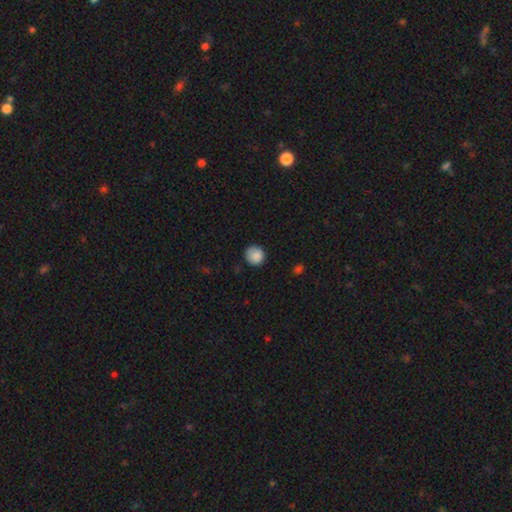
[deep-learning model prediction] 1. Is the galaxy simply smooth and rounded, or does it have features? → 87% smooth, 9% star or artifact, 4% featured or disk.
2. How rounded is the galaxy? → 93% round, 6% in between, 1% cigar-shaped.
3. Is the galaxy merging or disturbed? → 84% none, 12% minor disturbance, 3% major disturbance, 1% merger.